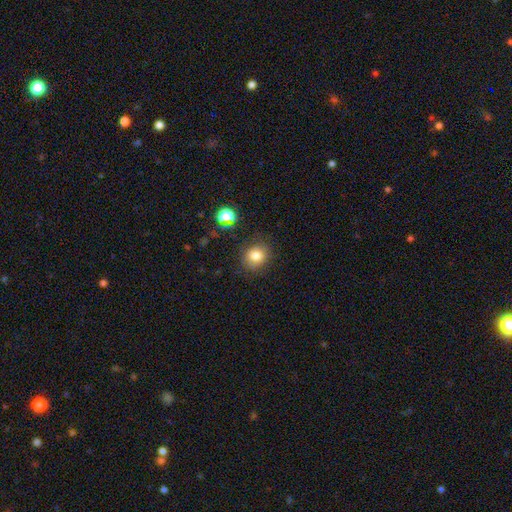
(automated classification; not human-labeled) smooth-or-featured: smooth: 80% | star or artifact: 13% | featured or disk: 7%
  how-rounded: round: 76% | in between: 23% | cigar-shaped: 1%
  merging: none: 83% | minor disturbance: 11% | major disturbance: 4% | merger: 2%